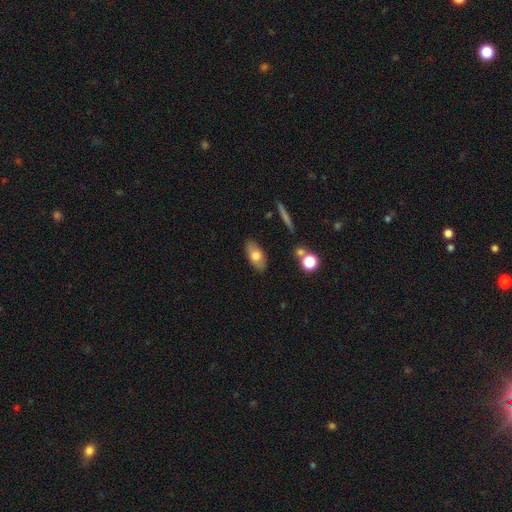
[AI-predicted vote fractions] Overall: smooth (70%). How rounded: in between (88%). Merging: none (83%).